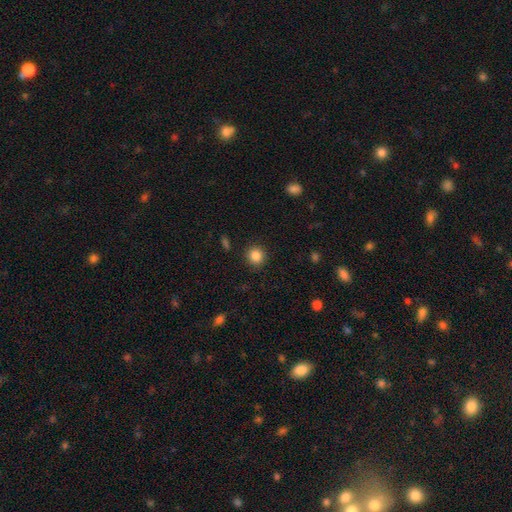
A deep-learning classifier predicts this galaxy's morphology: Smooth or featured? smooth (85%)
How rounded? round (92%)
Merging? none (91%)